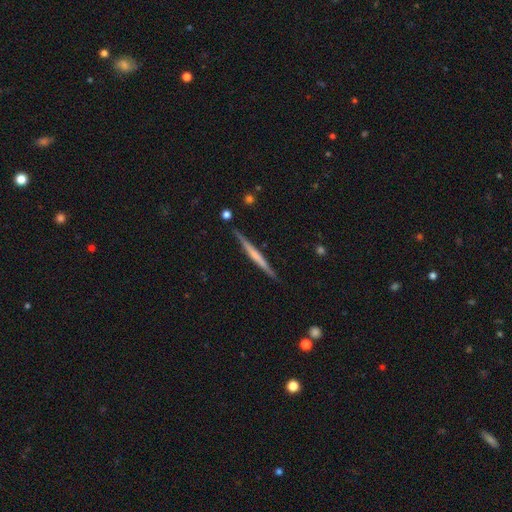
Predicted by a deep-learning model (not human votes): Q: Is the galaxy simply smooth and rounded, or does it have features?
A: featured or disk — 60%.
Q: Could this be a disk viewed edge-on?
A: yes — 98%.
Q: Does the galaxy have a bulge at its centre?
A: none — 70%.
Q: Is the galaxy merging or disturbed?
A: none — 89%.